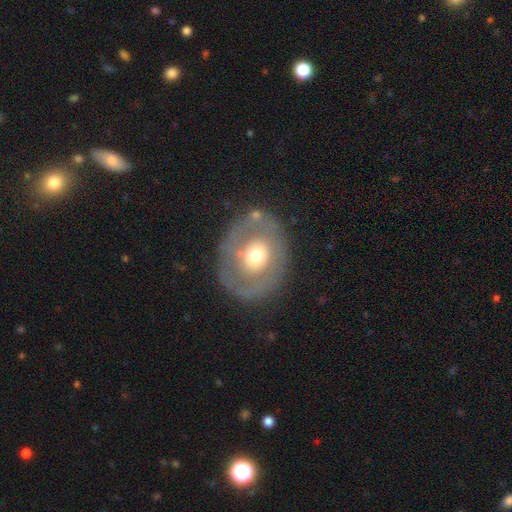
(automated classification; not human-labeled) The model was most divided on "smooth or featured": featured or disk: 51%, smooth: 43%, star or artifact: 6%. More confident: edge-on disk — no (94%); merging — none (76%).